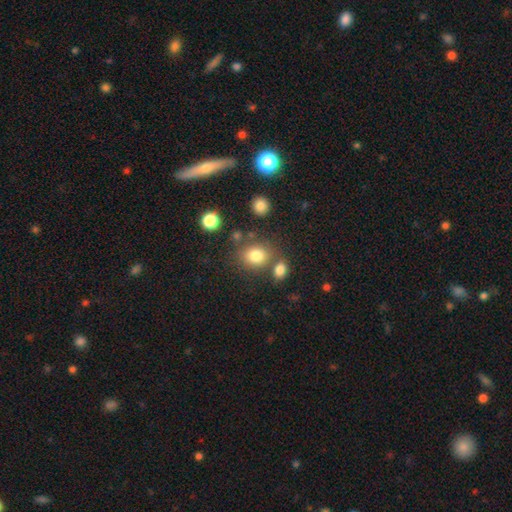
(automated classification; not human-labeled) Smooth or featured?
  - smooth: 79% *
  - star or artifact: 13%
  - featured or disk: 8%
How rounded?
  - round: 54% *
  - in between: 45%
  - cigar-shaped: 1%
Merging?
  - none: 66% *
  - merger: 17%
  - minor disturbance: 12%
  - major disturbance: 5%